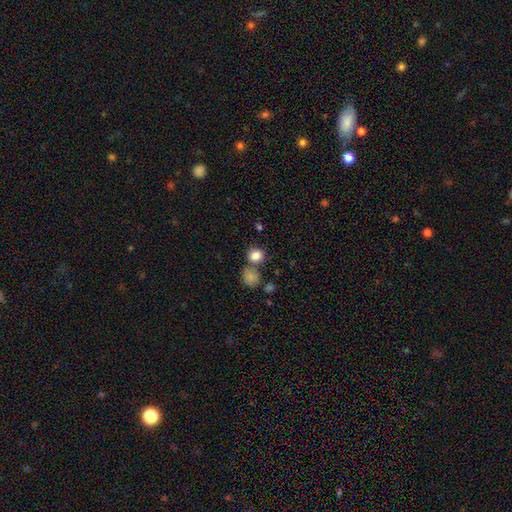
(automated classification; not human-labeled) A smooth galaxy with no disk features (83%) that is round (80%). Merging: none (64%).